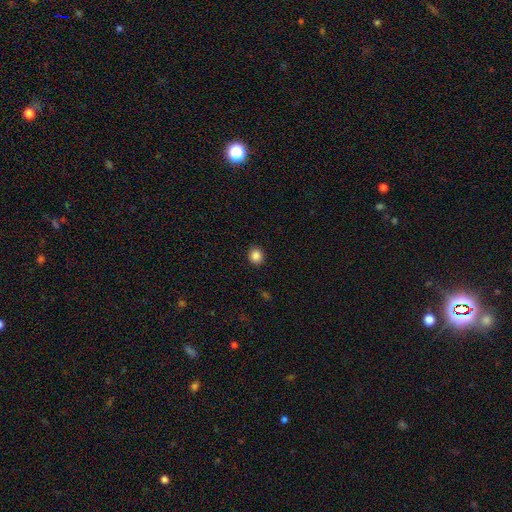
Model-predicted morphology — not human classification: Smooth or featured? Predicted: smooth (p=0.86). How rounded? Predicted: round (p=0.81). Merging? Predicted: none (p=0.92).